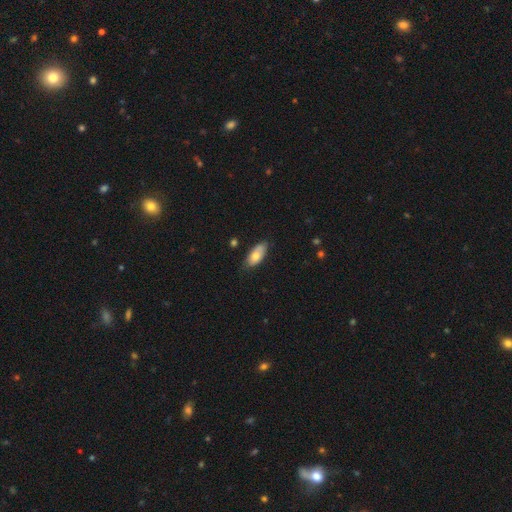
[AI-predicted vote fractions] Smooth or featured? Predicted: smooth (p=0.72). How rounded? Predicted: in between (p=0.88). Merging? Predicted: none (p=0.75).